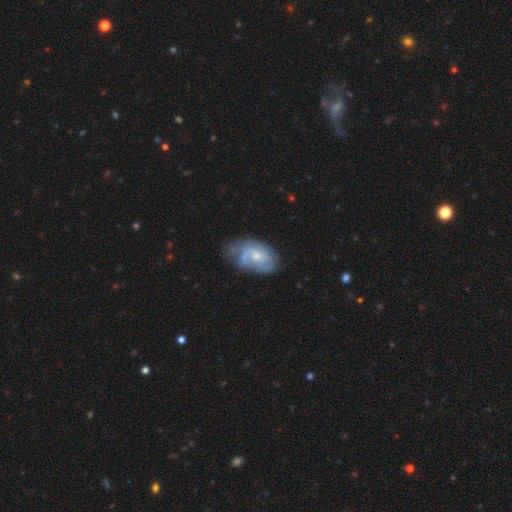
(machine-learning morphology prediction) Smooth or featured?
  - featured or disk: 65% *
  - smooth: 28%
  - star or artifact: 6%
Edge-on disk?
  - no: 96% *
  - yes: 4%
Bar?
  - no: 64% *
  - weak: 32%
  - strong: 4%
Spiral arms?
  - yes: 81% *
  - no: 19%
Spiral winding?
  - tight: 42% *
  - medium: 39%
  - loose: 19%
Spiral arm count?
  - 2: 40% *
  - can't tell: 35%
  - 1: 10%
  - 3: 10%
  - 4: 3%
  - more than 4: 2%
Bulge size?
  - small: 48% *
  - moderate: 43%
  - none: 5%
  - large: 3%
  - dominant: 1%
Merging?
  - none: 49% *
  - minor disturbance: 31%
  - major disturbance: 16%
  - merger: 4%